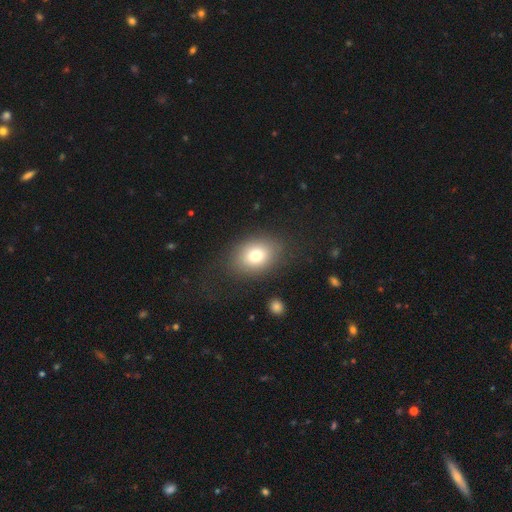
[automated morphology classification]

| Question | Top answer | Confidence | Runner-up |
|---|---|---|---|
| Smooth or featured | smooth | 76% | featured or disk (13%) |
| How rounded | in between | 65% | round (34%) |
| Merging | none | 80% | minor disturbance (11%) |